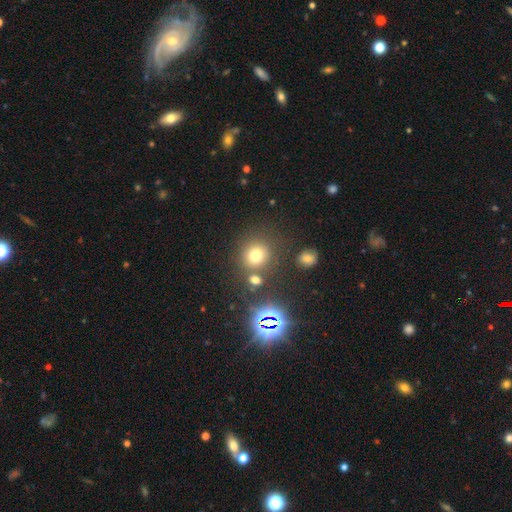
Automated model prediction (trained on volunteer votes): Smooth or featured?
  - smooth: 69% *
  - star or artifact: 22%
  - featured or disk: 9%
How rounded?
  - round: 86% *
  - in between: 13%
  - cigar-shaped: 1%
Merging?
  - none: 71% *
  - merger: 14%
  - minor disturbance: 10%
  - major disturbance: 5%